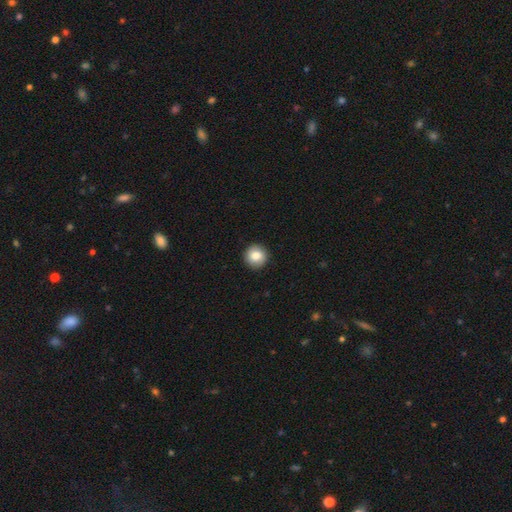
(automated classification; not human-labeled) Overall: smooth (83%). How rounded: round (94%). Merging: none (92%).